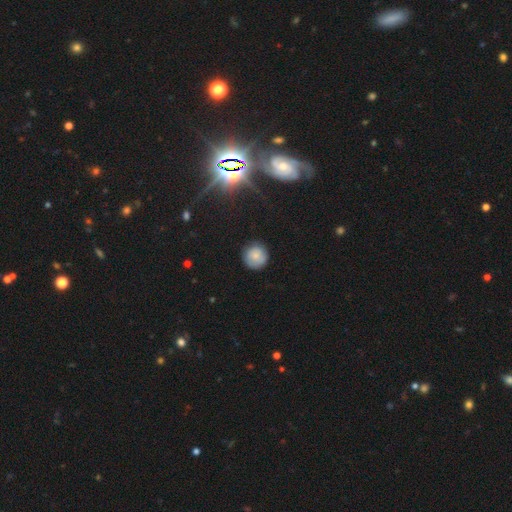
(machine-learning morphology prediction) Overall: smooth (78%). How rounded: round (93%). Merging: none (82%).